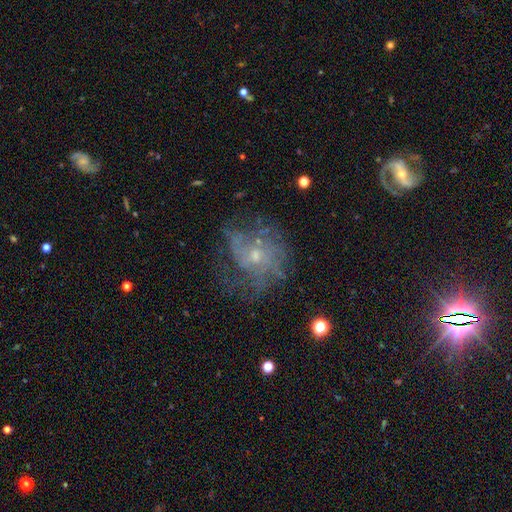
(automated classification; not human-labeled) Smooth or featured? Predicted: featured or disk (p=0.63). Edge-on disk? Predicted: no (p=0.97). Bar? Predicted: no (p=0.82). Spiral arms? Predicted: yes (p=0.60). Bulge size? Predicted: small (p=0.62). Merging? Predicted: none (p=0.51).